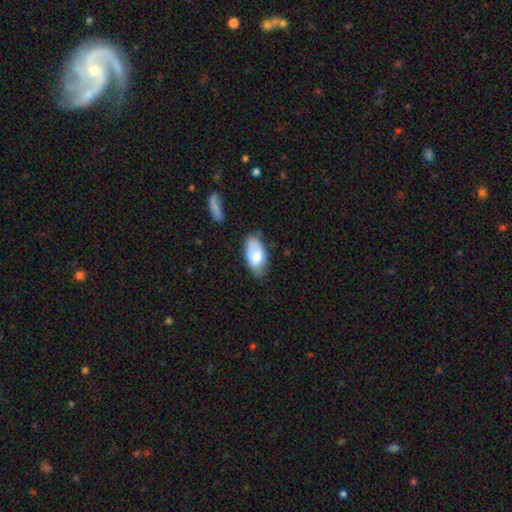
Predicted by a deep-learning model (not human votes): A smooth galaxy with no disk features (76%) that is in between round and cigar-shaped (94%). Merging: none (66%).